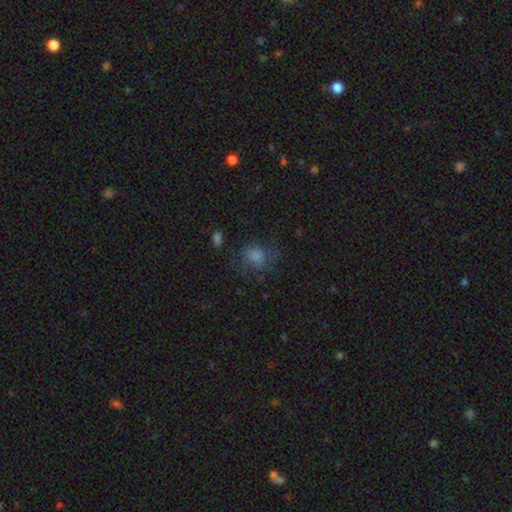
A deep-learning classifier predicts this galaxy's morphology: Smooth or featured? smooth (63%)
How rounded? round (64%)
Merging? none (61%)